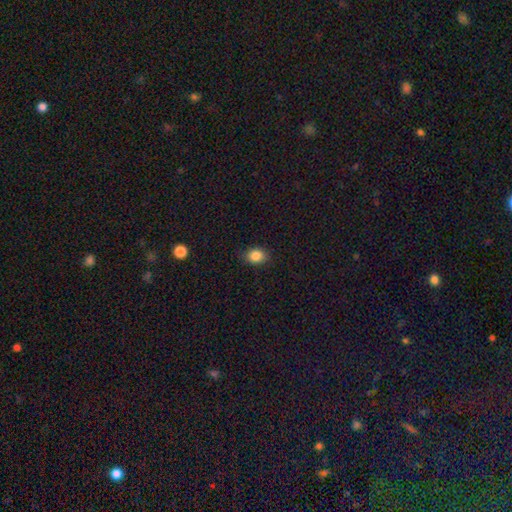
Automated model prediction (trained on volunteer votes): Smooth or featured: smooth — 85% (star or artifact — 10%)
How rounded: in between — 57% (round — 42%)
Merging: none — 84% (minor disturbance — 13%)